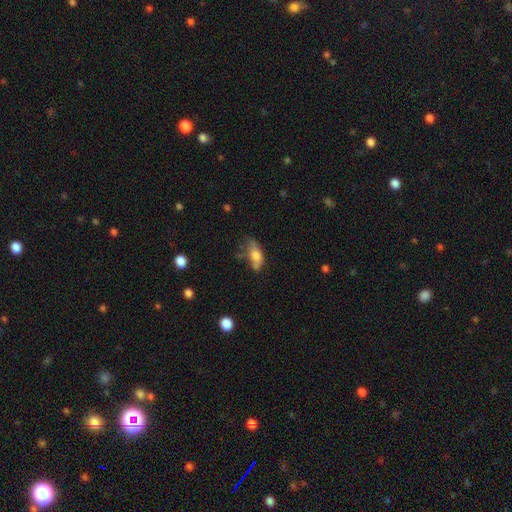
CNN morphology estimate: Overall: smooth (65%; featured or disk 26%). How rounded: in between (81%). Merging: none (41%; minor disturbance 32%).